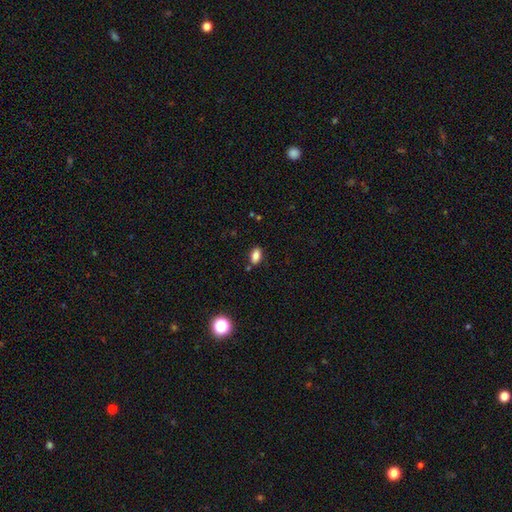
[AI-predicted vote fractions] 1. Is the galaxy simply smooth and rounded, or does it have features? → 84% smooth, 10% star or artifact, 6% featured or disk.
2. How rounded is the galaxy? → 89% in between, 7% round, 4% cigar-shaped.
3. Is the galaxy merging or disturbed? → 80% none, 13% minor disturbance, 5% merger, 3% major disturbance.